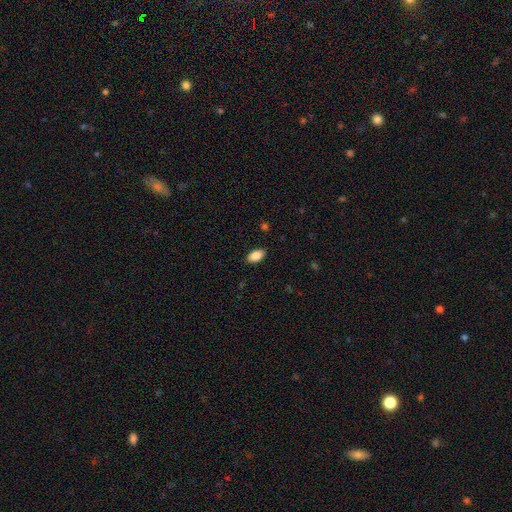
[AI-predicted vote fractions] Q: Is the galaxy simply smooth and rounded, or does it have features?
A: smooth — 87%.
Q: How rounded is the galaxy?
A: in between — 93%.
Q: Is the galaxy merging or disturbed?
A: none — 88%.